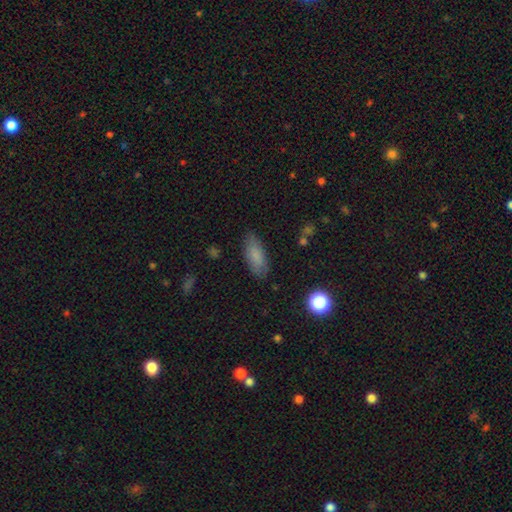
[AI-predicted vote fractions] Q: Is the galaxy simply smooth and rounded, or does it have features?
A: smooth — 84%.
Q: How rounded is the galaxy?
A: in between — 78%.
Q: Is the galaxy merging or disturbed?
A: none — 82%.